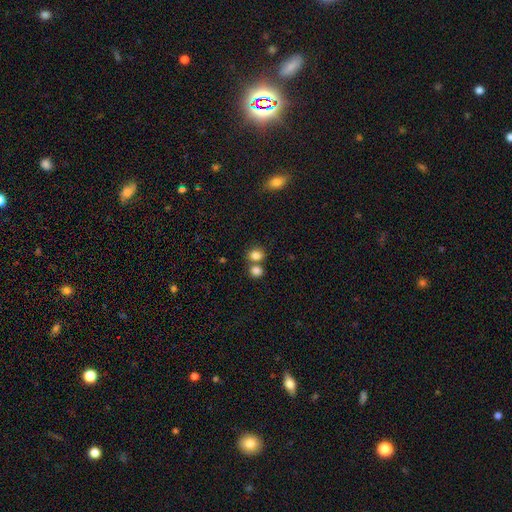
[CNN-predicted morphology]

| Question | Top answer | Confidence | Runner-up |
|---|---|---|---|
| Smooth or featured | smooth | 83% | star or artifact (11%) |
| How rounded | round | 54% | in between (45%) |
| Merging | none | 49% | merger (37%) |